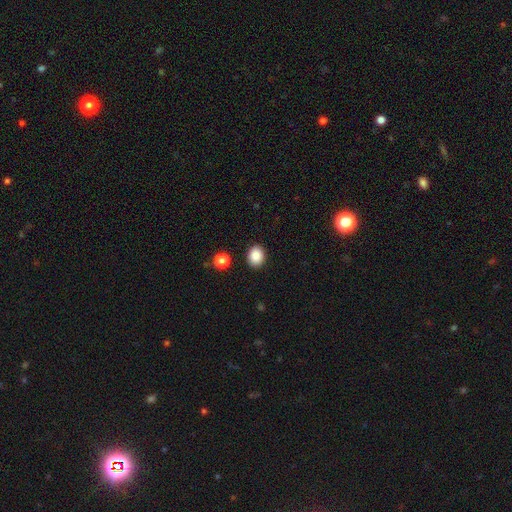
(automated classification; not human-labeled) A smooth galaxy with no disk features (87%) that is round (55%). Merging: none (89%).